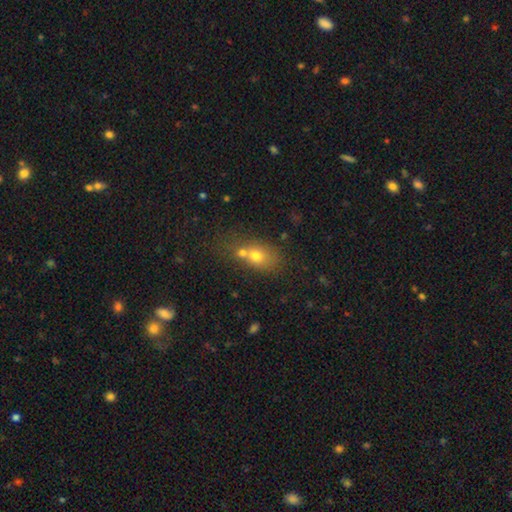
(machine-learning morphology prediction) This appears to be a smooth galaxy with no disk features (69%) that is in between round and cigar-shaped (57%). Merging: merger (52%).